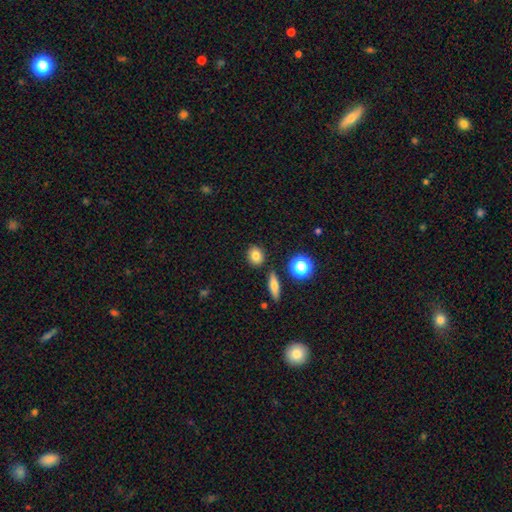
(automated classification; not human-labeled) Morphology: type=smooth (80%); roundness=round (65%); merging=none (85%).